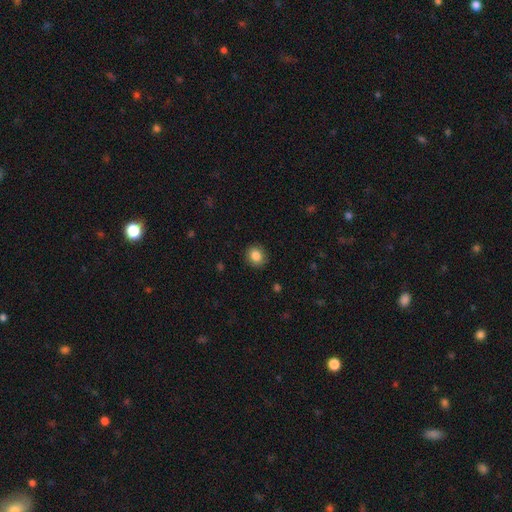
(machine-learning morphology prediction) Smooth or featured?
  - smooth: 86% *
  - star or artifact: 9%
  - featured or disk: 5%
How rounded?
  - round: 77% *
  - in between: 22%
  - cigar-shaped: 1%
Merging?
  - none: 88% *
  - minor disturbance: 9%
  - major disturbance: 2%
  - merger: 1%